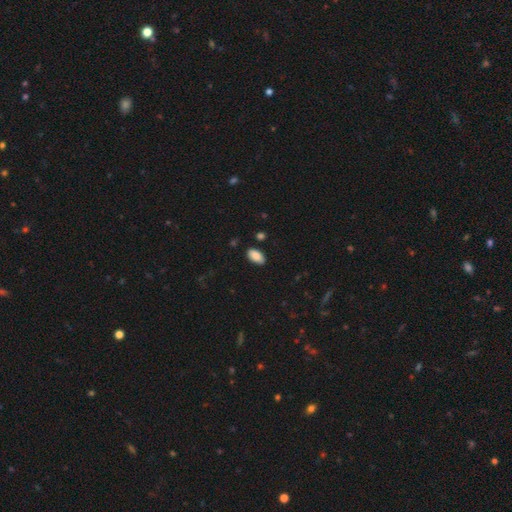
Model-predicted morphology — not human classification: smooth-or-featured: smooth: 87% | star or artifact: 7% | featured or disk: 5%
  how-rounded: in between: 94% | round: 3% | cigar-shaped: 2%
  merging: none: 85% | minor disturbance: 12% | major disturbance: 2% | merger: 2%